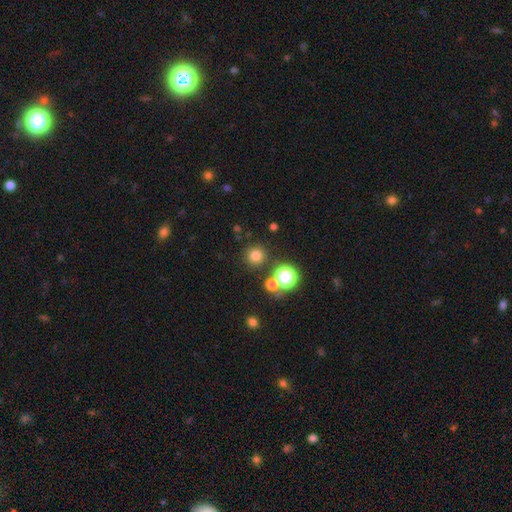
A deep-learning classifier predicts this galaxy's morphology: Smooth or featured? smooth (75%)
How rounded? round (95%)
Merging? none (84%)